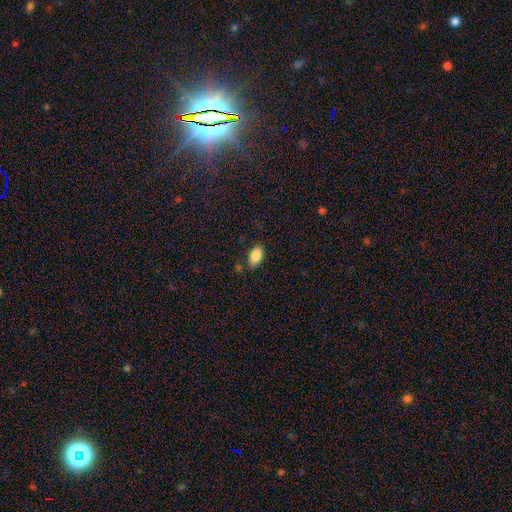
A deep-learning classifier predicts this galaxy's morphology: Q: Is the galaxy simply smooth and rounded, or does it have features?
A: smooth — 87%.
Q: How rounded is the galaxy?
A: in between — 93%.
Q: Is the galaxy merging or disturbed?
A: none — 78%.